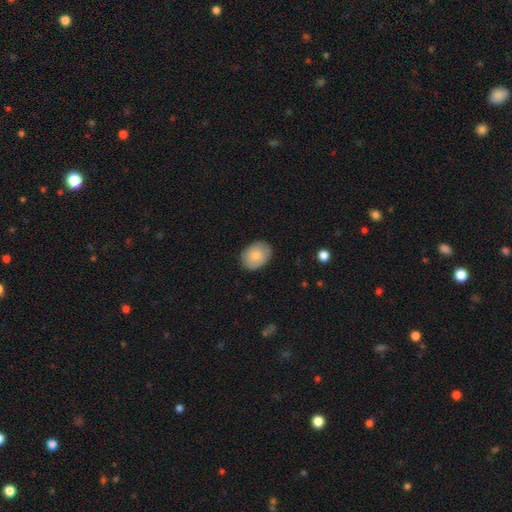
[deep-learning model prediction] Smooth or featured? Predicted: smooth (p=0.81). How rounded? Predicted: in between (p=0.66). Merging? Predicted: none (p=0.85).